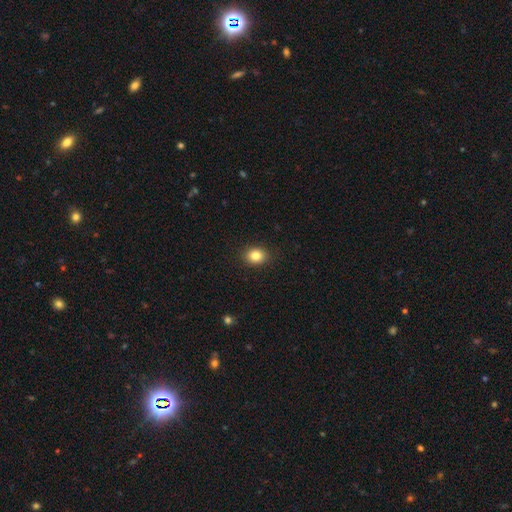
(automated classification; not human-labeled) Morphology: type=smooth (83%); roundness=round (53%); merging=none (90%).